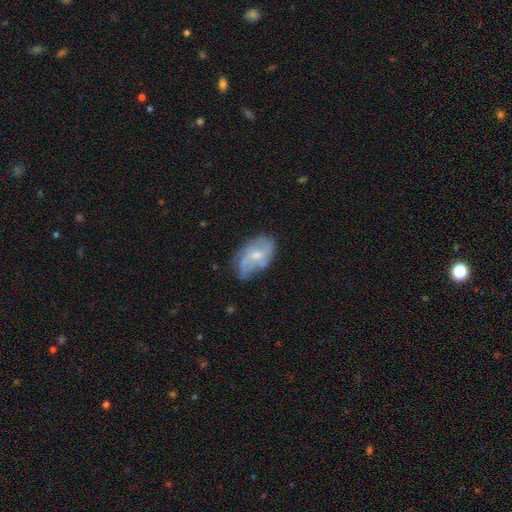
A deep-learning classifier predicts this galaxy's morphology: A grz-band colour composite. It shows a featured or disk galaxy (66%) with no bar (54%), spiral arms (78%) and a small central bulge (49%). Merging: none (48%).